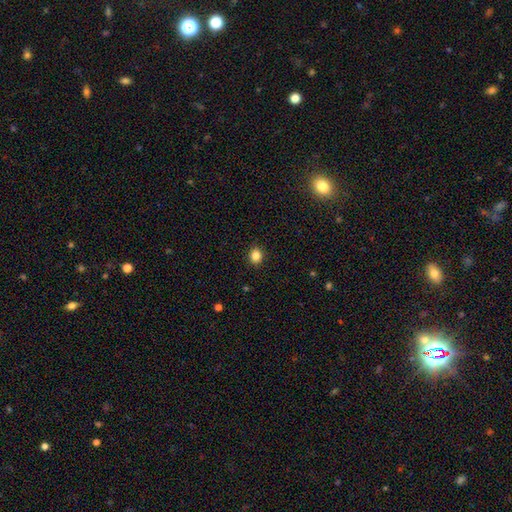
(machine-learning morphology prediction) A smooth galaxy with no disk features (85%) that is round (70%).

Vote fractions:
- Smooth or featured? smooth: 85% / star or artifact: 11% / featured or disk: 4%
- How rounded? round: 70% / in between: 29% / cigar-shaped: 1%
- Merging? none: 91% / minor disturbance: 6% / major disturbance: 2% / merger: 1%